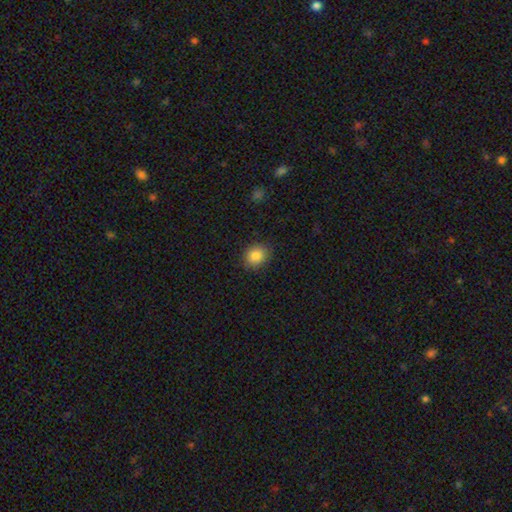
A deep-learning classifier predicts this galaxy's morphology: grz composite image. It shows a smooth galaxy with no disk features (85%) that is round (63%). Merging: none (87%).